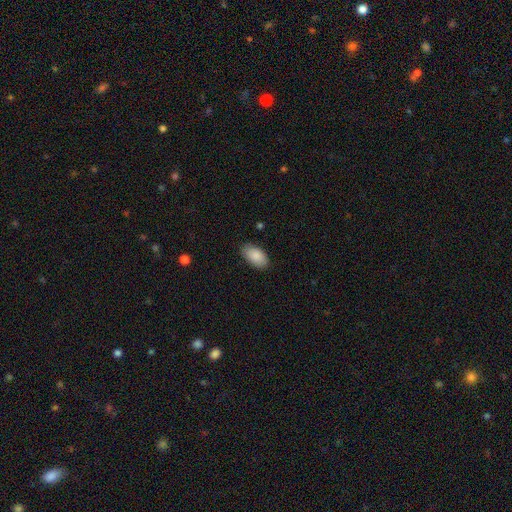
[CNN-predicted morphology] Smooth or featured?
  - smooth: 89% *
  - star or artifact: 6%
  - featured or disk: 5%
How rounded?
  - in between: 95% *
  - round: 3%
  - cigar-shaped: 2%
Merging?
  - none: 85% *
  - minor disturbance: 11%
  - major disturbance: 2%
  - merger: 1%